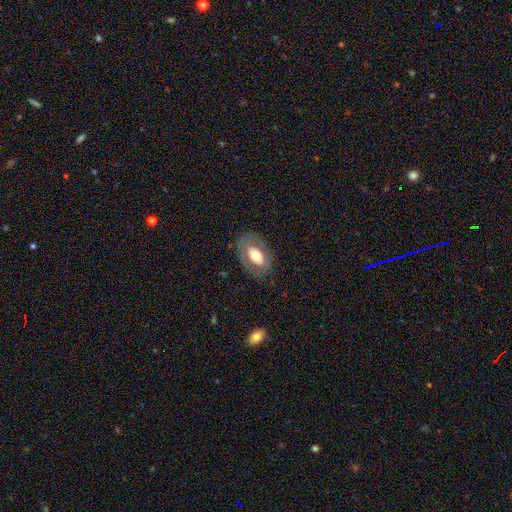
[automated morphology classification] smooth_or_featured: smooth (p=0.50) [alt: featured or disk p=0.44]
merging: none (p=0.78) [alt: minor disturbance p=0.14]